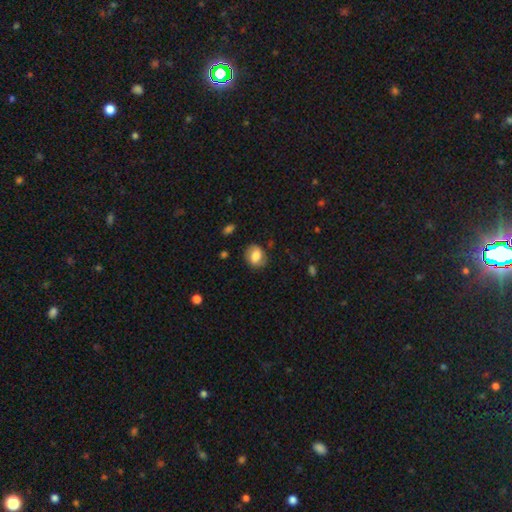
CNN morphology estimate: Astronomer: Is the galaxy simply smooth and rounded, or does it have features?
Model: smooth — 67%.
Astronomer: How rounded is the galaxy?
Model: round — 51% (runner-up: in between, 48%).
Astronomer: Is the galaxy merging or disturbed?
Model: none — 74%.